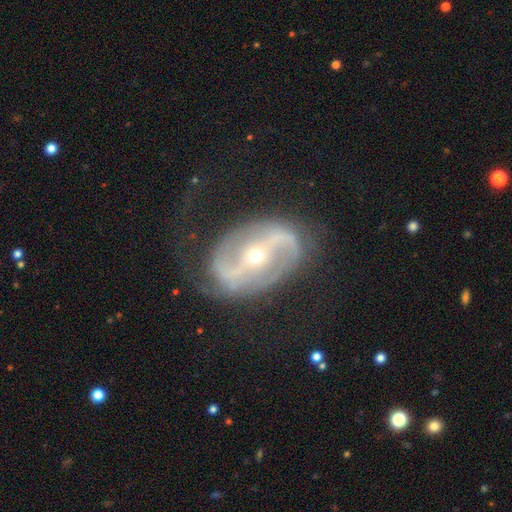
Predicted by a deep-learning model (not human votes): smooth-or-featured: featured or disk: 88% | star or artifact: 6% | smooth: 6%
  disk-edge-on: no: 96% | yes: 4%
    bar: strong: 58% | weak: 24% | no: 18%
    has-spiral-arms: yes: 91% | no: 9%
      spiral-winding: medium: 44% | loose: 38% | tight: 18%
      spiral-arm-count: 2: 90% | can't tell: 5% | 1: 2% | 3: 2% | 4: 1% | more than 4: 1%
    bulge-size: small: 65% | moderate: 32% | large: 1% | dominant: 1% | none: 1%
  merging: none: 67% | minor disturbance: 17% | major disturbance: 14% | merger: 1%